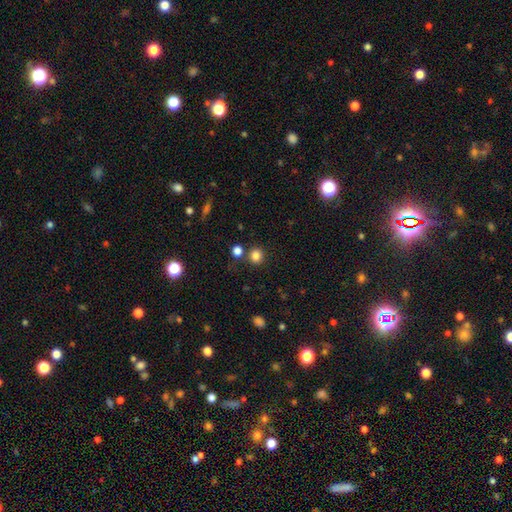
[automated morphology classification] The model was most divided on "smooth or featured": smooth: 83%, star or artifact: 13%, featured or disk: 4%. More confident: how rounded — round (86%); merging — none (80%).